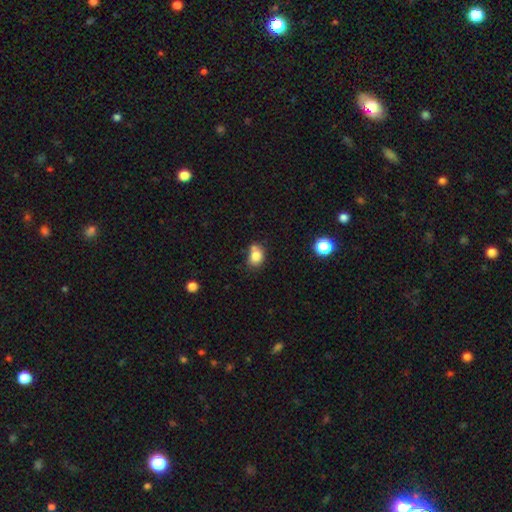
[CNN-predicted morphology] The model was most divided on "how rounded": round: 54%, in between: 45%, cigar-shaped: 1%. More confident: smooth or featured — smooth (81%); merging — none (55%).